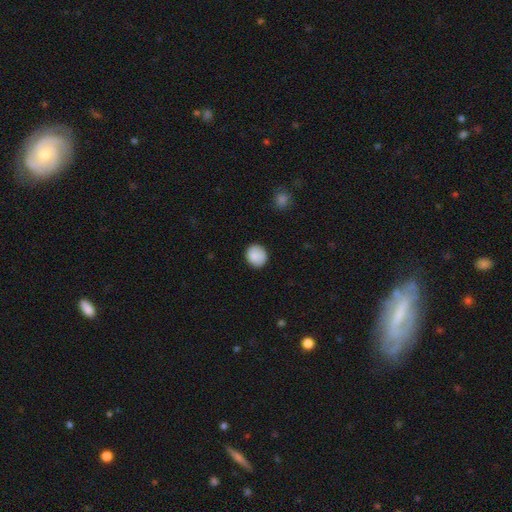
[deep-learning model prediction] Q: Smooth or featured?
A: smooth (86%); runner-up: star or artifact (7%)
Q: How rounded?
A: round (84%); runner-up: in between (15%)
Q: Merging?
A: none (86%); runner-up: minor disturbance (10%)